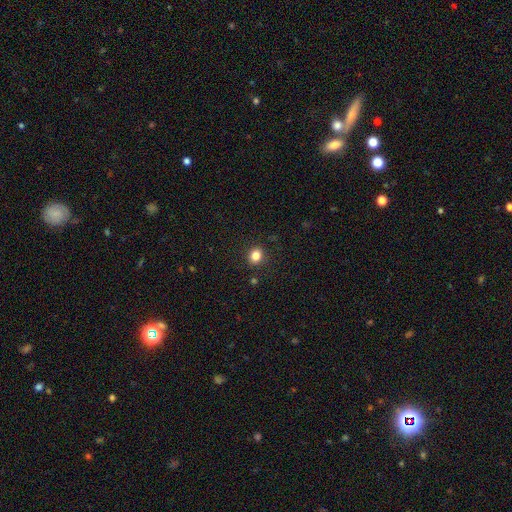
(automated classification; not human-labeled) smooth_or_featured: smooth (p=0.83) [alt: star or artifact p=0.12]
how_rounded: round (p=0.70) [alt: in between p=0.29]
merging: none (p=0.90) [alt: minor disturbance p=0.07]